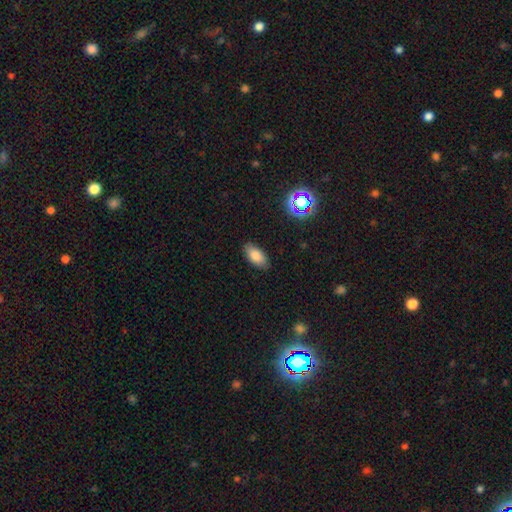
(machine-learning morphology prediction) smooth-or-featured: smooth: 83% | star or artifact: 10% | featured or disk: 8%
  how-rounded: in between: 91% | cigar-shaped: 5% | round: 3%
  merging: none: 85% | minor disturbance: 11% | major disturbance: 2% | merger: 1%